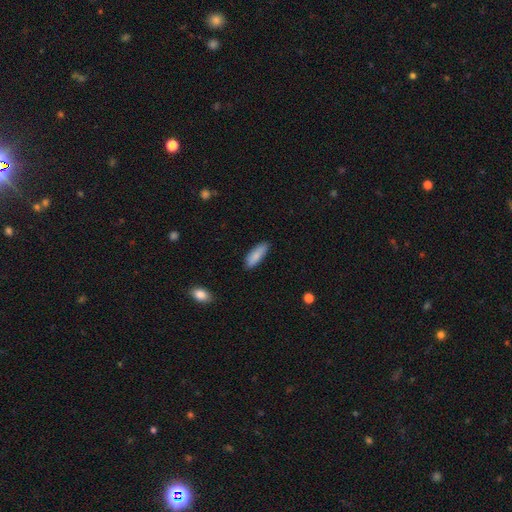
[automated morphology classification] smooth-or-featured: smooth: 86% | featured or disk: 8% | star or artifact: 6%
  how-rounded: in between: 58% | cigar-shaped: 41% | round: 2%
  merging: none: 85% | minor disturbance: 12% | major disturbance: 2% | merger: 1%